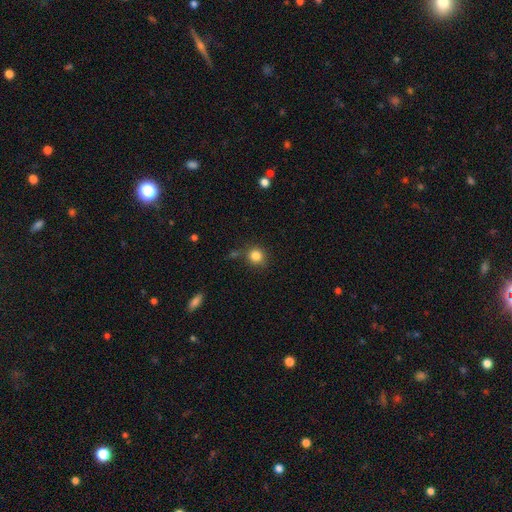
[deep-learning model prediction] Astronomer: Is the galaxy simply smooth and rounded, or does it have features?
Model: smooth — 83%.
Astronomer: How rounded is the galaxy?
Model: round — 89%.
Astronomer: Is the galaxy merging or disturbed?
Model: none — 79%.